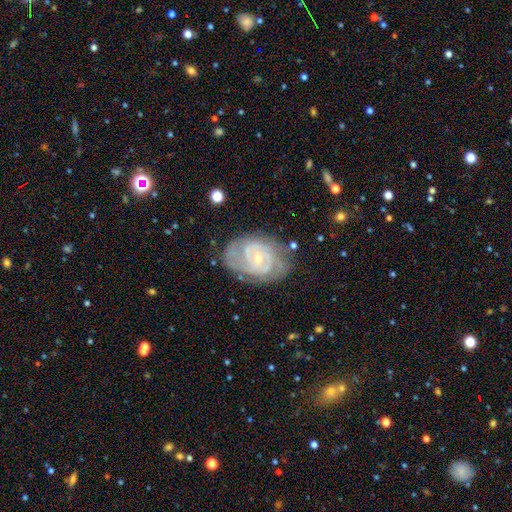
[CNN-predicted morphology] Smooth or featured? Predicted: featured or disk (p=0.78). Edge-on disk? Predicted: no (p=0.96). Bar? Predicted: no (p=0.56). Spiral arms? Predicted: yes (p=0.95). Spiral winding? Predicted: tight (p=0.72). Spiral arm count? Predicted: 2 (p=0.35). Bulge size? Predicted: small (p=0.76). Merging? Predicted: none (p=0.76).